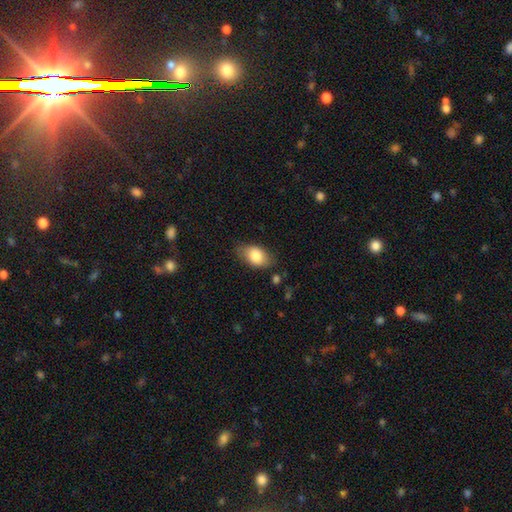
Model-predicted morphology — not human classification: smooth 82%, featured or disk 11%, star or artifact 7%. Down the decision tree: how rounded — in between (89%); merging — none (73%).